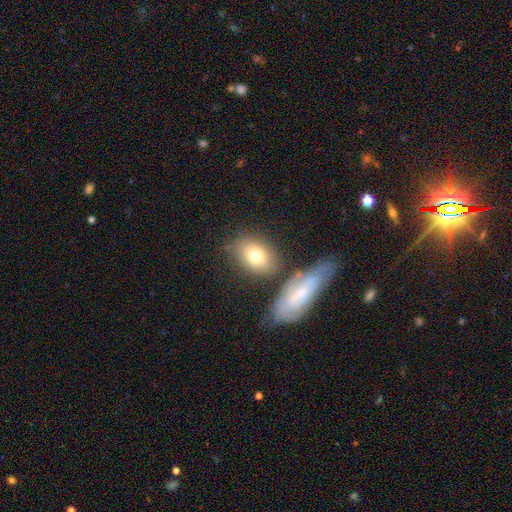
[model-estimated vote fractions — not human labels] Q: Smooth or featured?
A: smooth (76%); runner-up: featured or disk (16%)
Q: How rounded?
A: in between (74%); runner-up: round (23%)
Q: Merging?
A: none (69%); runner-up: minor disturbance (14%)